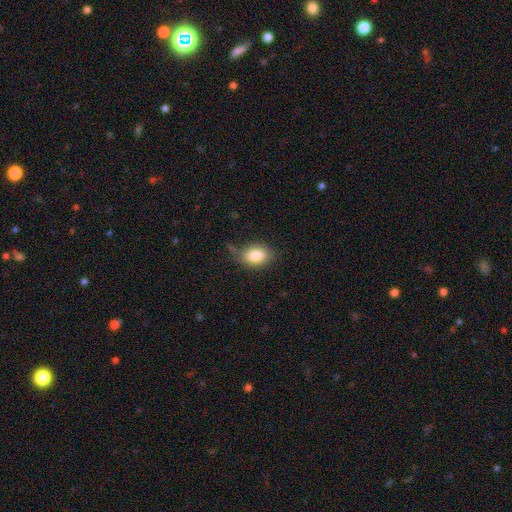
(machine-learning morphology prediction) Smooth or featured?
  - smooth: 85% *
  - featured or disk: 8%
  - star or artifact: 8%
How rounded?
  - in between: 83% *
  - round: 15%
  - cigar-shaped: 2%
Merging?
  - none: 72% *
  - minor disturbance: 19%
  - major disturbance: 6%
  - merger: 3%